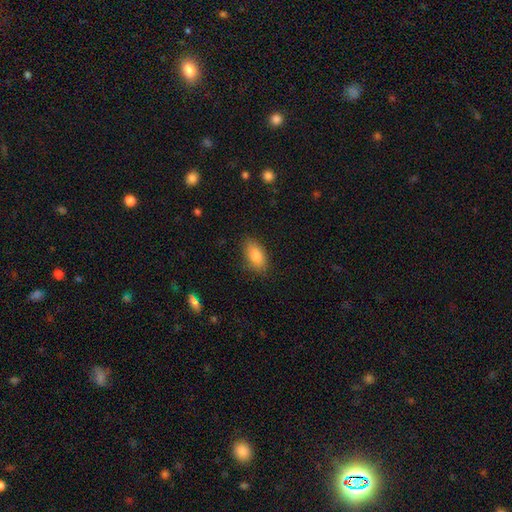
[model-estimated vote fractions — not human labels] A smooth galaxy with no disk features (84%) that is in between round and cigar-shaped (90%). Merging: none (81%).